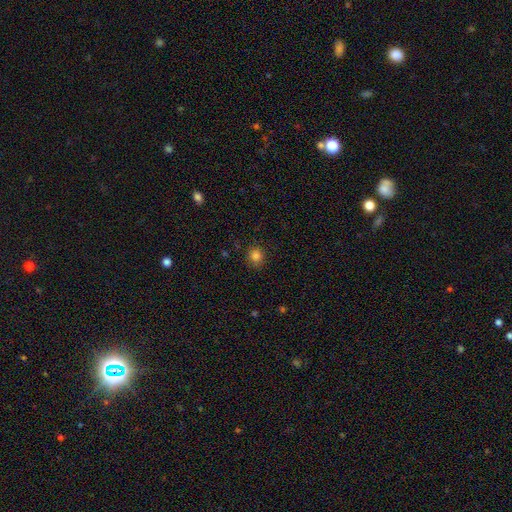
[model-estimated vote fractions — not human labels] A smooth galaxy with no disk features (82%) that is round (85%). Merging: none (88%).